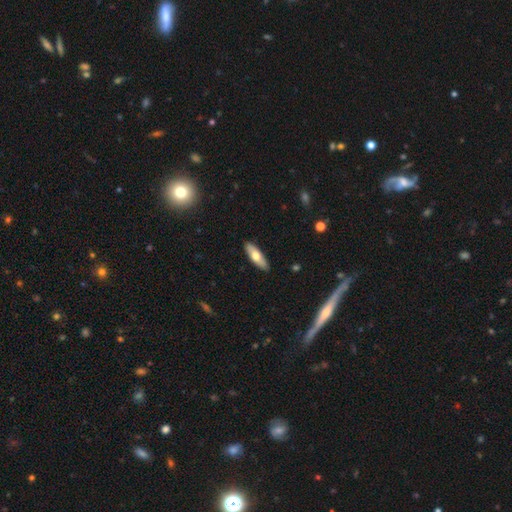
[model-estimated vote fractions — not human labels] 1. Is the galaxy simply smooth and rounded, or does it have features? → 65% smooth, 30% featured or disk, 5% star or artifact.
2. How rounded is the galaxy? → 50% in between, 48% cigar-shaped, 2% round.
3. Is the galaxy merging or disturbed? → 90% none, 8% minor disturbance, 1% major disturbance, 1% merger.